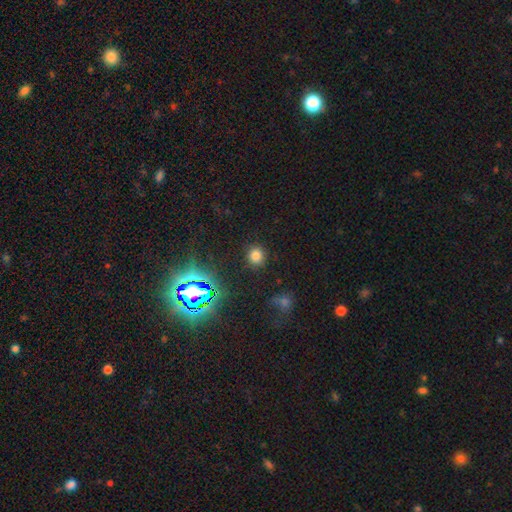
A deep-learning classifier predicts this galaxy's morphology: A smooth galaxy with no disk features (73%) that is round (85%).

Vote fractions:
- Smooth or featured? smooth: 73% / star or artifact: 21% / featured or disk: 6%
- How rounded? round: 85% / in between: 14% / cigar-shaped: 1%
- Merging? none: 88% / minor disturbance: 7% / major disturbance: 3% / merger: 2%